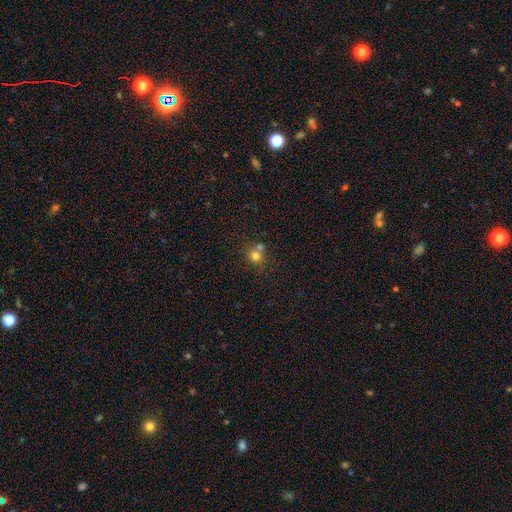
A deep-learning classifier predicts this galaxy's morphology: The model was most divided on "merging": none: 44%, merger: 43%, minor disturbance: 9%, major disturbance: 4%. More confident: how rounded — round (78%); smooth or featured — smooth (75%).